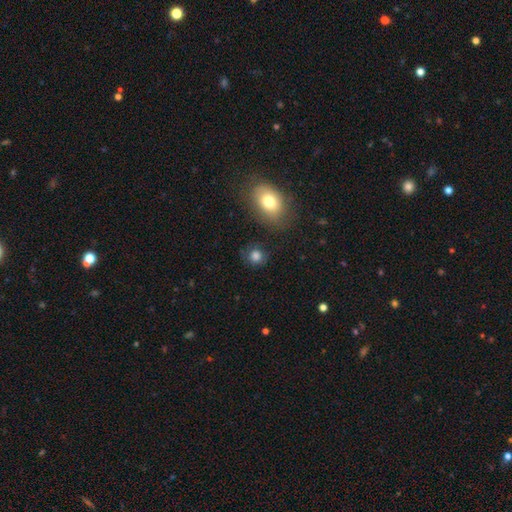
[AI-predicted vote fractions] Smooth or featured? Predicted: smooth (p=0.81). How rounded? Predicted: round (p=0.82). Merging? Predicted: none (p=0.77).